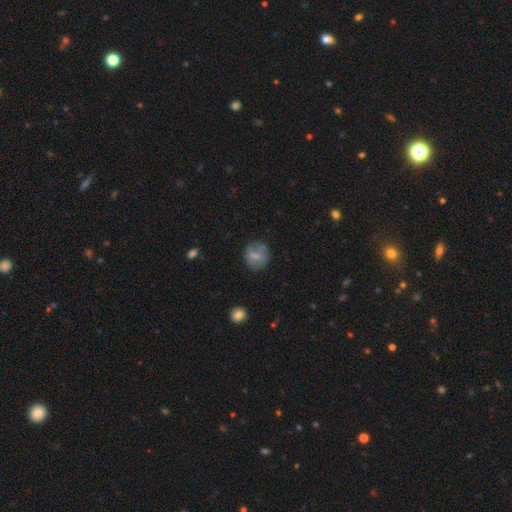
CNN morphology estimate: smooth 63%, featured or disk 28%, star or artifact 10%. Down the decision tree: how rounded — round (78%); merging — none (67%).